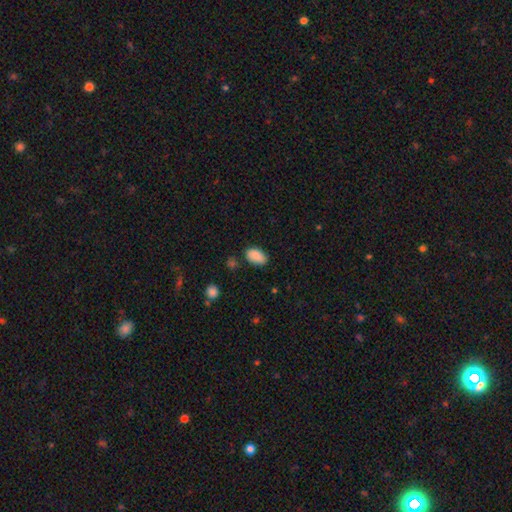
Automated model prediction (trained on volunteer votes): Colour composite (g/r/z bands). It shows a smooth galaxy with no disk features (88%) that is in between round and cigar-shaped (93%). Merging: none (79%).